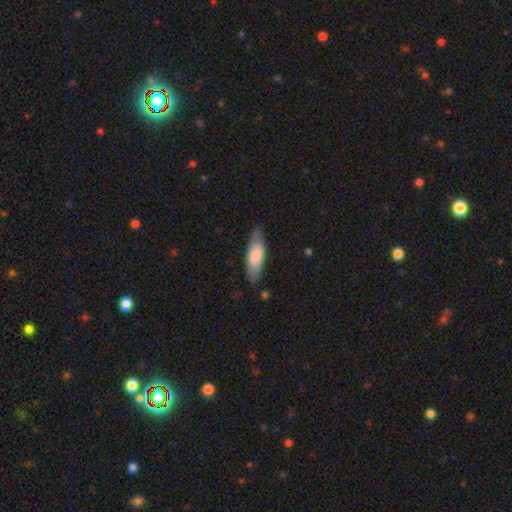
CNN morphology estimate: The model was most divided on "how rounded": in between: 57%, cigar-shaped: 41%, round: 2%. More confident: merging — none (79%); smooth or featured — smooth (76%).